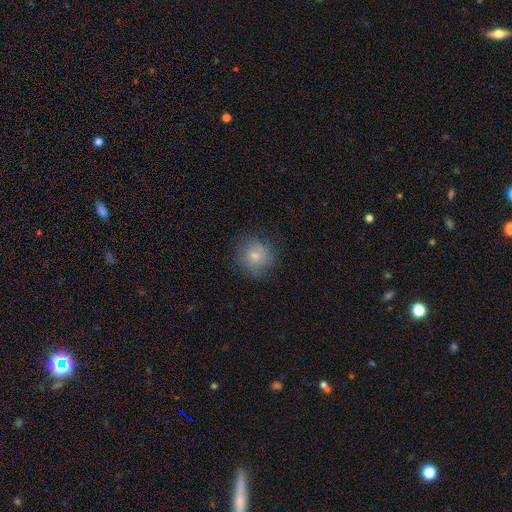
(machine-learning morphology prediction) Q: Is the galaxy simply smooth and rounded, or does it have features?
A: smooth — 73%.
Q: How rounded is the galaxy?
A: round — 90%.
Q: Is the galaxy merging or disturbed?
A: none — 78%.